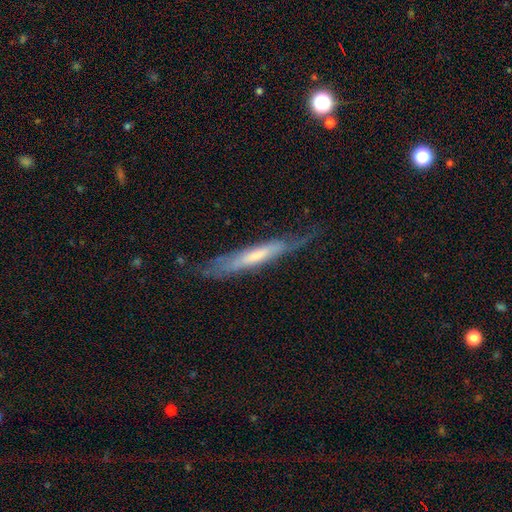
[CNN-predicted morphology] This appears to be a featured or disk galaxy (57%) viewed edge-on (73%). Merging: none (60%).